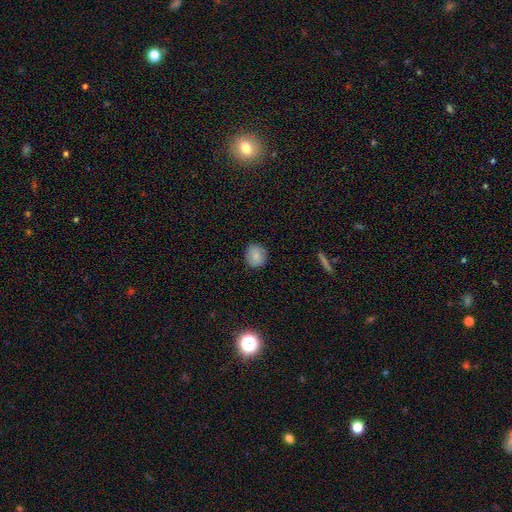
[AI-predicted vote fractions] Q: Smooth or featured?
A: smooth (84%); runner-up: star or artifact (9%)
Q: How rounded?
A: round (87%); runner-up: in between (12%)
Q: Merging?
A: none (87%); runner-up: minor disturbance (10%)